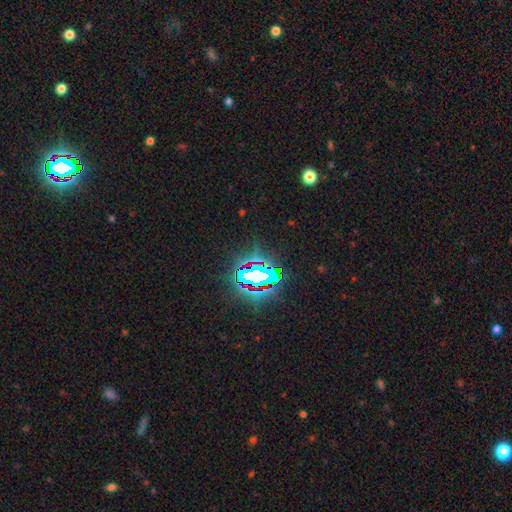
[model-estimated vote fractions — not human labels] smooth_or_featured: star or artifact (p=0.79) [alt: smooth p=0.13]